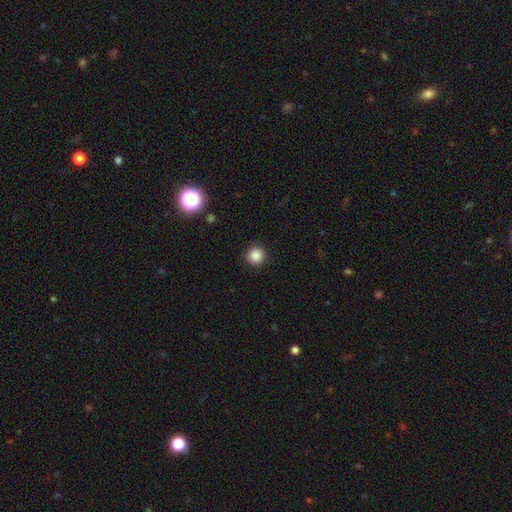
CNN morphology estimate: smooth 86%, star or artifact 11%, featured or disk 3%. Down the decision tree: how rounded — round (94%); merging — none (92%).